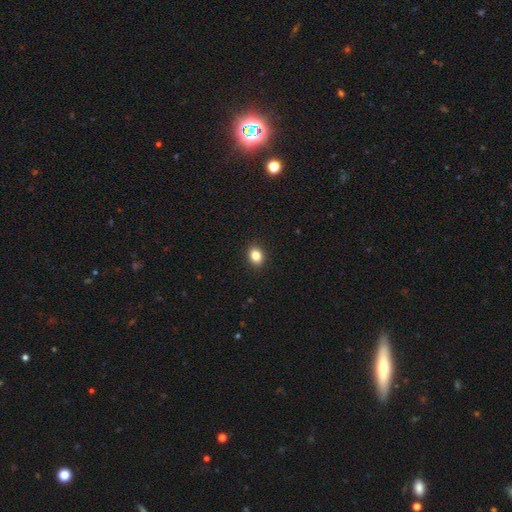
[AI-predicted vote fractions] smooth-or-featured: smooth: 84% | star or artifact: 10% | featured or disk: 6%
  how-rounded: in between: 55% | round: 44% | cigar-shaped: 1%
  merging: none: 91% | minor disturbance: 6% | major disturbance: 2% | merger: 1%